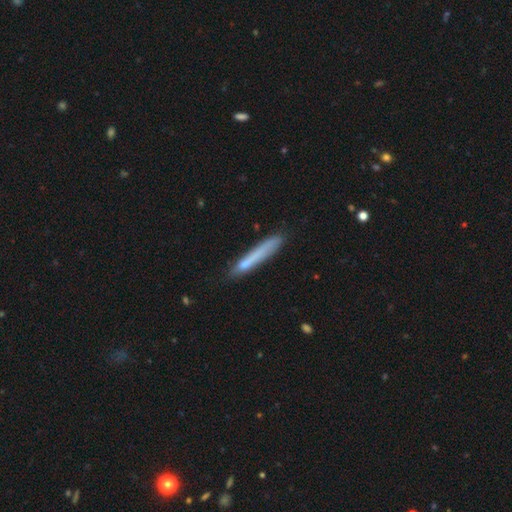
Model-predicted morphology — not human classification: Smooth or featured: smooth — 68% (featured or disk — 24%)
How rounded: cigar-shaped — 95% (in between — 3%)
Merging: none — 75% (minor disturbance — 18%)